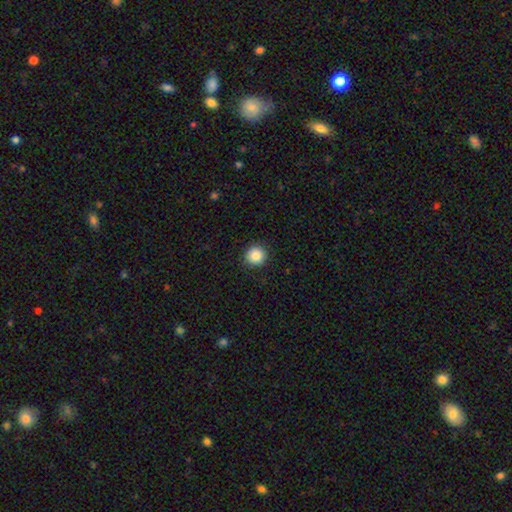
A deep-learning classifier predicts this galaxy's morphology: This appears to be a smooth galaxy with no disk features (85%) that is round (94%). Merging: none (90%).